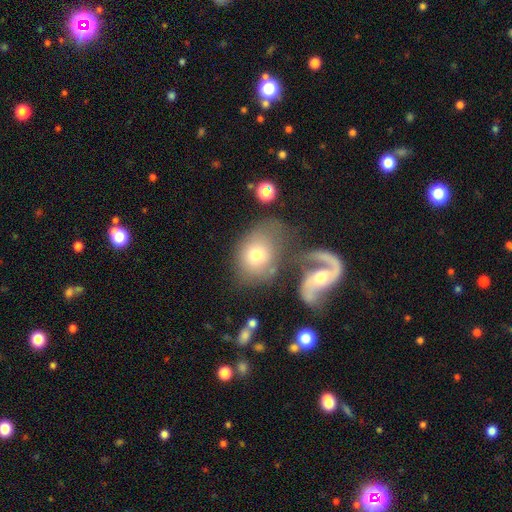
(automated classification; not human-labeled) smooth_or_featured: smooth (p=0.54) [alt: featured or disk p=0.38]
how_rounded: in between (p=0.60) [alt: round p=0.39]
merging: none (p=0.40) [alt: merger p=0.34]